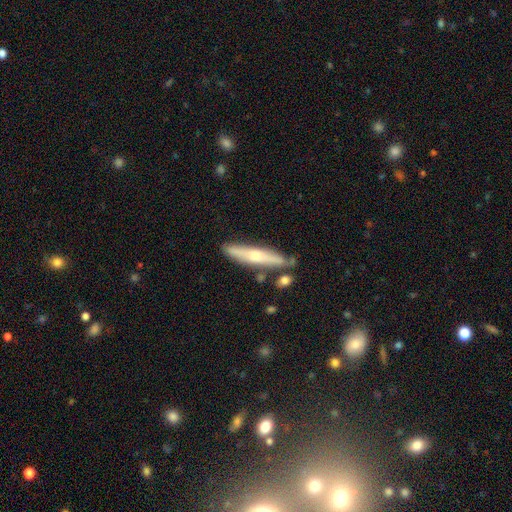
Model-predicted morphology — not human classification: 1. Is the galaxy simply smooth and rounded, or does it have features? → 49% featured or disk, 45% smooth, 6% star or artifact.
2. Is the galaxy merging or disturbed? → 77% none, 14% minor disturbance, 7% merger, 3% major disturbance.